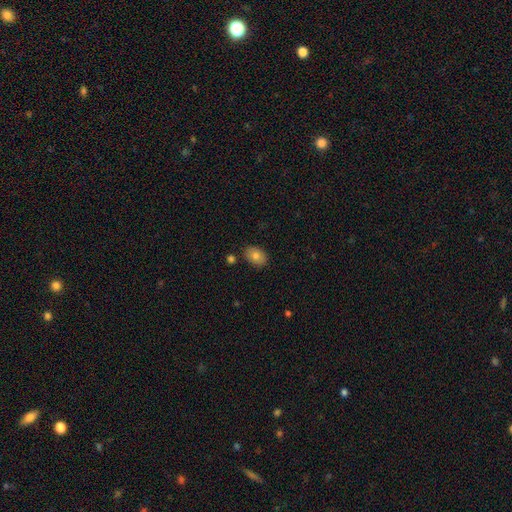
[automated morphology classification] Q: Smooth or featured?
A: smooth (80%); runner-up: featured or disk (12%)
Q: How rounded?
A: in between (79%); runner-up: round (20%)
Q: Merging?
A: none (84%); runner-up: minor disturbance (11%)